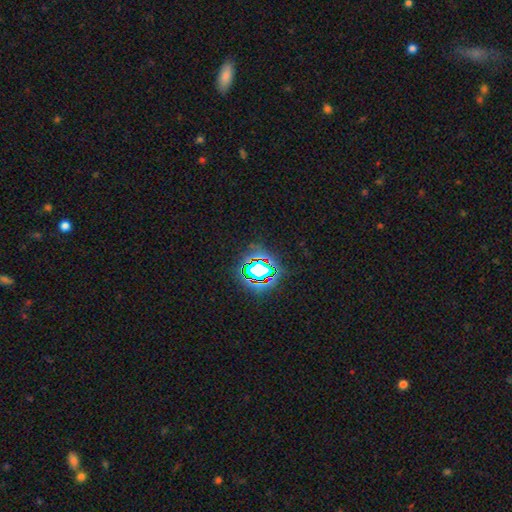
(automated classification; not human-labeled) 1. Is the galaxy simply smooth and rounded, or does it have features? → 78% star or artifact, 14% smooth, 8% featured or disk.